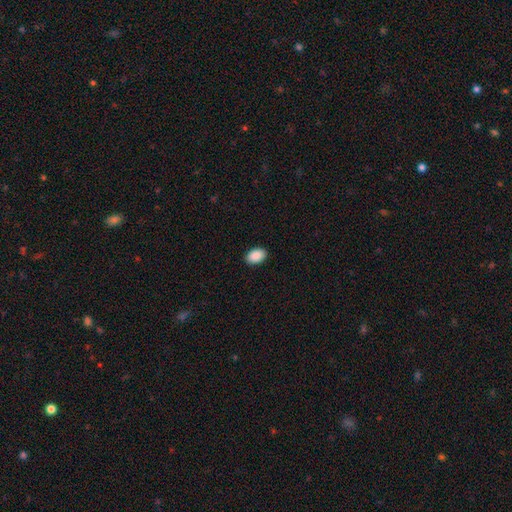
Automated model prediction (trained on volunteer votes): Overall: smooth (91%). How rounded: in between (89%). Merging: none (90%).